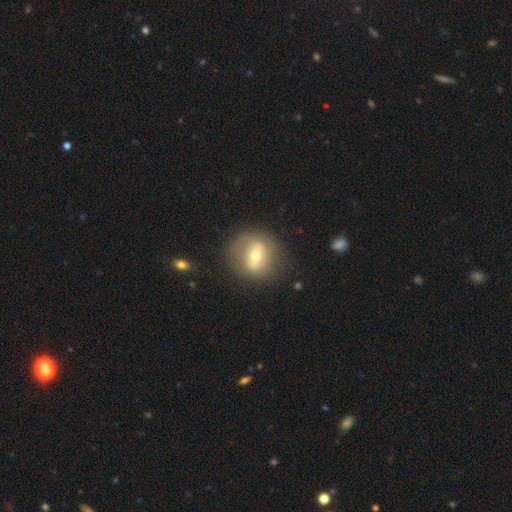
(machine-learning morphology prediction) smooth_or_featured: featured or disk (p=0.52) [alt: smooth p=0.39]
disk_edge_on: no (p=0.88) [alt: yes p=0.12]
merging: none (p=0.76) [alt: minor disturbance p=0.14]